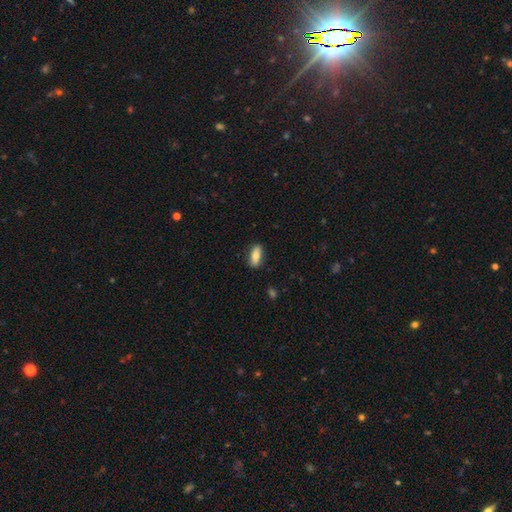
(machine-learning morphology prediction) Q: Smooth or featured?
A: smooth (76%); runner-up: featured or disk (18%)
Q: How rounded?
A: in between (78%); runner-up: cigar-shaped (19%)
Q: Merging?
A: none (85%); runner-up: minor disturbance (11%)